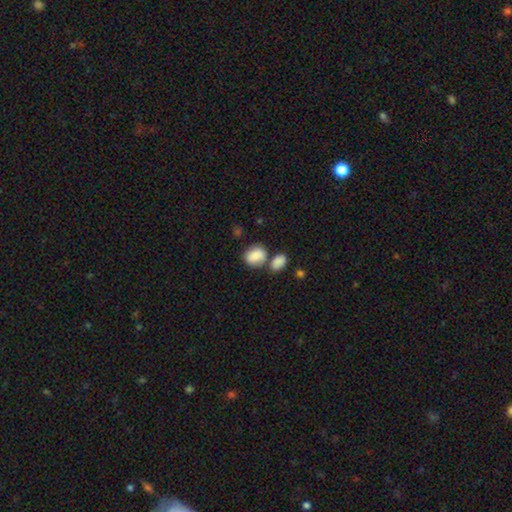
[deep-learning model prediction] A smooth galaxy with no disk features (86%) that is in between round and cigar-shaped (66%). Merging: none (47%).